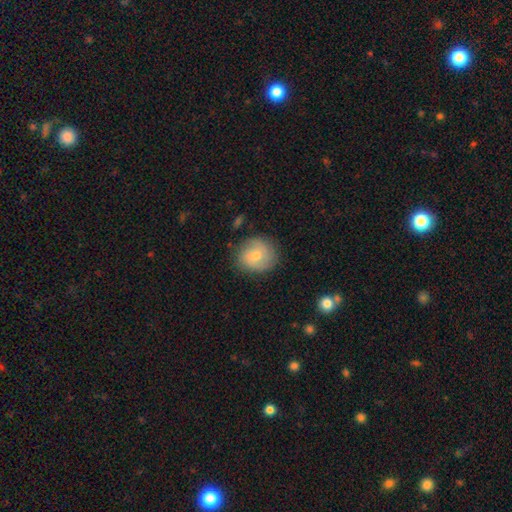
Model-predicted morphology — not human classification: This appears to be a smooth galaxy with no disk features (62%) that is round (86%). Merging: none (80%).